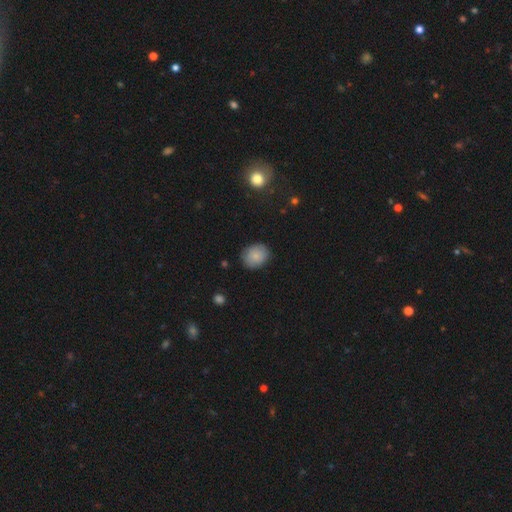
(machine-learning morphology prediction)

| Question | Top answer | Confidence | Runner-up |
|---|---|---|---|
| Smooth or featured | smooth | 84% | star or artifact (8%) |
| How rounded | round | 57% | in between (42%) |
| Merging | none | 84% | minor disturbance (12%) |